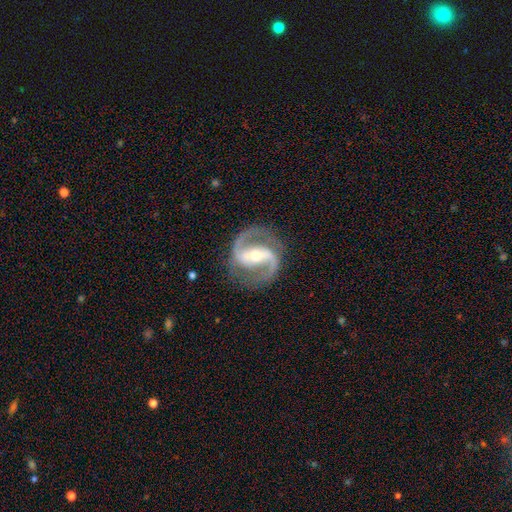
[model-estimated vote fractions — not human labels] Smooth or featured: featured or disk — 93% (star or artifact — 4%)
Edge-on disk: no — 98% (yes — 2%)
Bar: strong — 51% (weak — 31%)
Spiral arms: yes — 98% (no — 2%)
Spiral winding: medium — 65% (loose — 19%)
Spiral arm count: 2 — 95% (can't tell — 1%)
Bulge size: moderate — 58% (small — 37%)
Merging: none — 85% (minor disturbance — 10%)